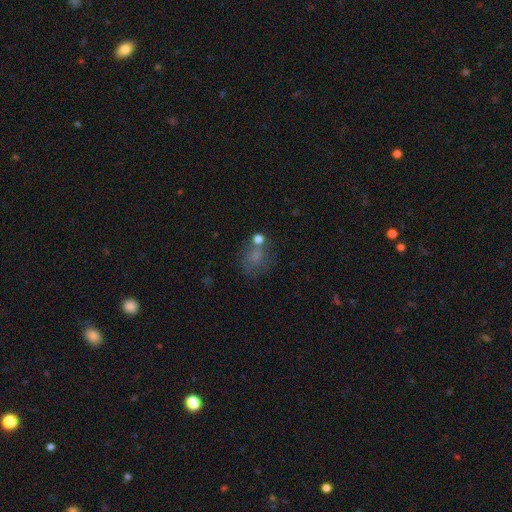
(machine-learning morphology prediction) smooth-or-featured: smooth: 61% | star or artifact: 21% | featured or disk: 19%
  how-rounded: round: 60% | in between: 39% | cigar-shaped: 1%
  merging: none: 50% | minor disturbance: 19% | merger: 17% | major disturbance: 15%